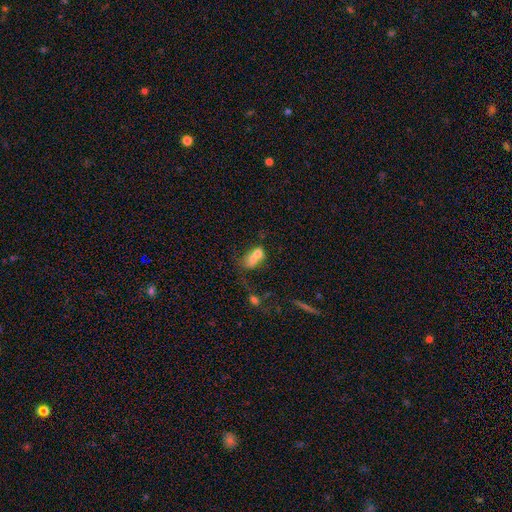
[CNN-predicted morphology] A smooth galaxy with no disk features (64%) that is in between round and cigar-shaped (60%). Merging: merger (69%).